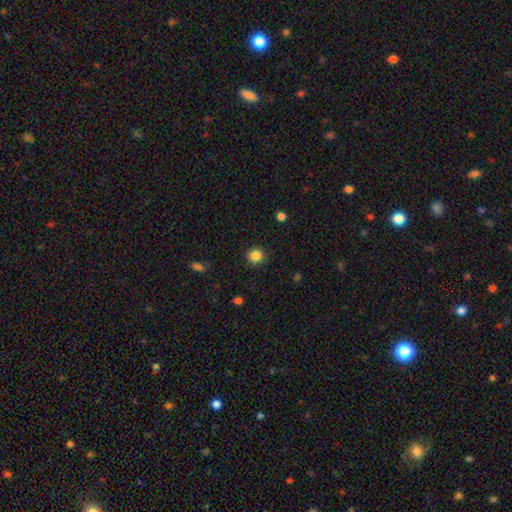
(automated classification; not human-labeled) This is clearly a smooth galaxy (85%). How rounded: clearly round (93%). Merging: clearly none (91%).